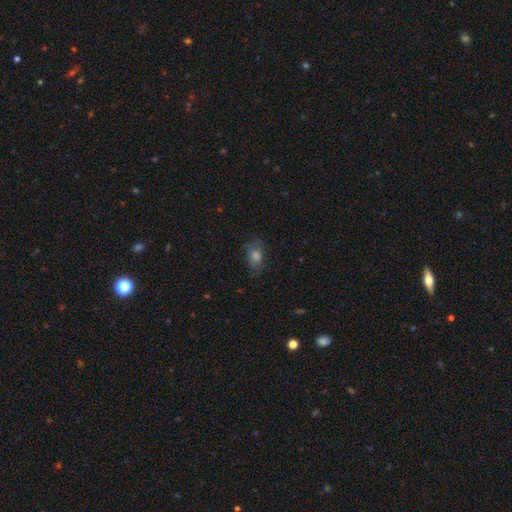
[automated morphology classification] A smooth galaxy with no disk features (61%) that is in between round and cigar-shaped (78%).

Vote fractions:
- Smooth or featured? smooth: 61% / featured or disk: 20% / star or artifact: 19%
- How rounded? in between: 78% / round: 17% / cigar-shaped: 5%
- Merging? none: 73% / minor disturbance: 19% / major disturbance: 7% / merger: 1%